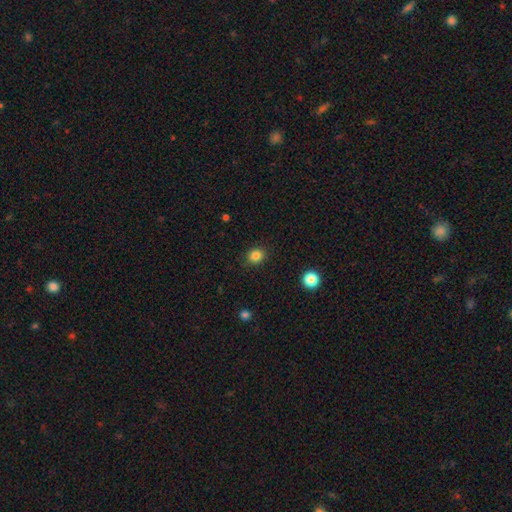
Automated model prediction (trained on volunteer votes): smooth-or-featured: smooth: 84% | star or artifact: 12% | featured or disk: 4%
  how-rounded: round: 77% | in between: 23% | cigar-shaped: 1%
  merging: none: 88% | minor disturbance: 8% | major disturbance: 2% | merger: 1%